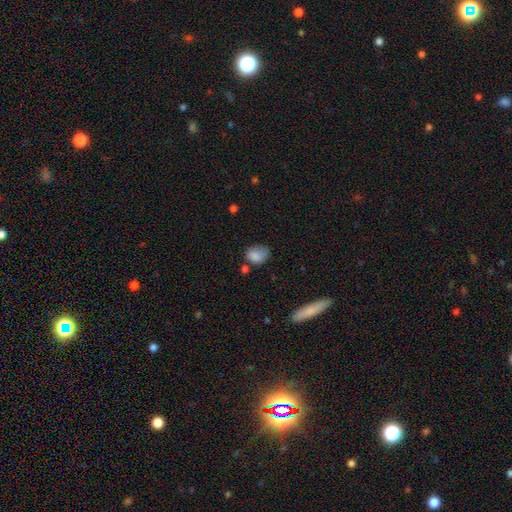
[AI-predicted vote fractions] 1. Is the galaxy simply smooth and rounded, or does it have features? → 82% smooth, 10% star or artifact, 8% featured or disk.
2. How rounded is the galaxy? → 63% in between, 35% round, 1% cigar-shaped.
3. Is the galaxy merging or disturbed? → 49% none, 33% minor disturbance, 12% major disturbance, 7% merger.